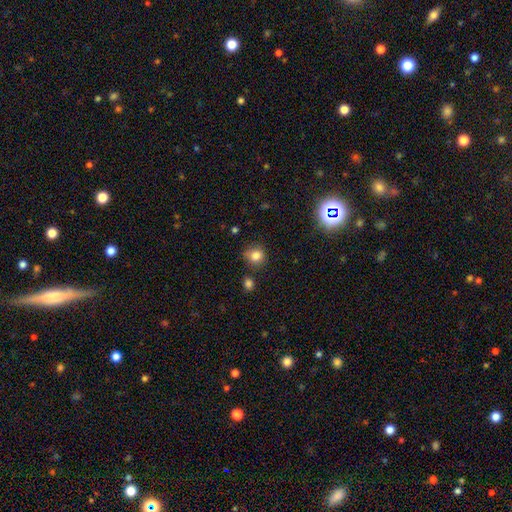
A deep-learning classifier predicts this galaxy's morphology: Smooth or featured? Predicted: smooth (p=0.81). How rounded? Predicted: round (p=0.84). Merging? Predicted: none (p=0.75).